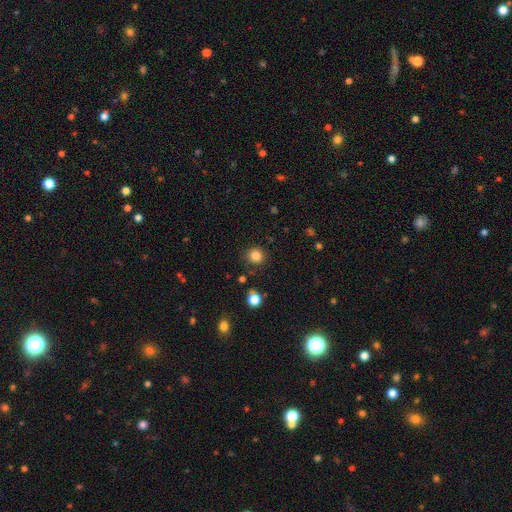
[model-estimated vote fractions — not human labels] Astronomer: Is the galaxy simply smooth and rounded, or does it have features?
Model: smooth — 83%.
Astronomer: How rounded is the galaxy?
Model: round — 90%.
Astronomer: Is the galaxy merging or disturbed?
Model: none — 87%.